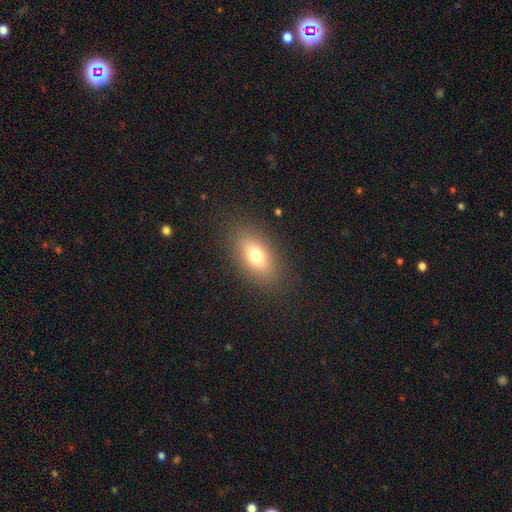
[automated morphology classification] smooth_or_featured: smooth (p=0.73) [alt: featured or disk p=0.16]
how_rounded: in between (p=0.85) [alt: round p=0.09]
merging: none (p=0.85) [alt: minor disturbance p=0.09]